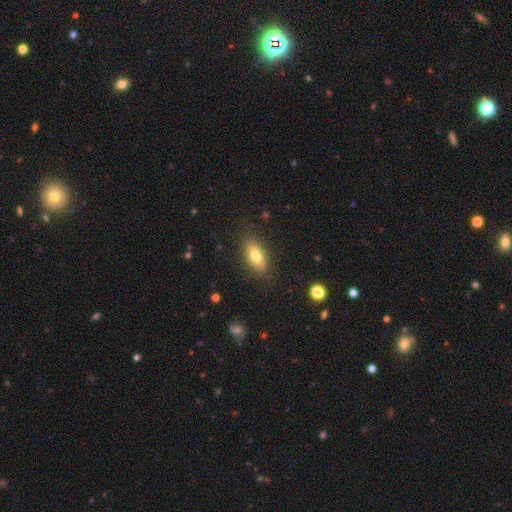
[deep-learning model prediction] Smooth or featured?
  - smooth: 77% *
  - featured or disk: 15%
  - star or artifact: 8%
How rounded?
  - in between: 85% *
  - cigar-shaped: 10%
  - round: 5%
Merging?
  - none: 83% *
  - minor disturbance: 12%
  - major disturbance: 4%
  - merger: 1%